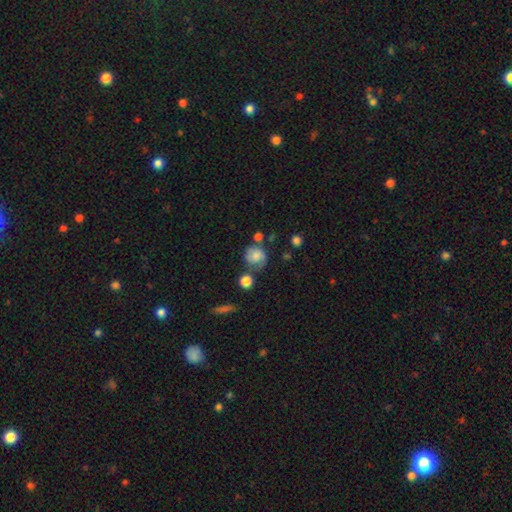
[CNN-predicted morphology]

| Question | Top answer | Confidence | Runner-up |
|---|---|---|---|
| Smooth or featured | smooth | 56% | featured or disk (35%) |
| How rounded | round | 79% | in between (20%) |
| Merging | none | 53% | minor disturbance (23%) |